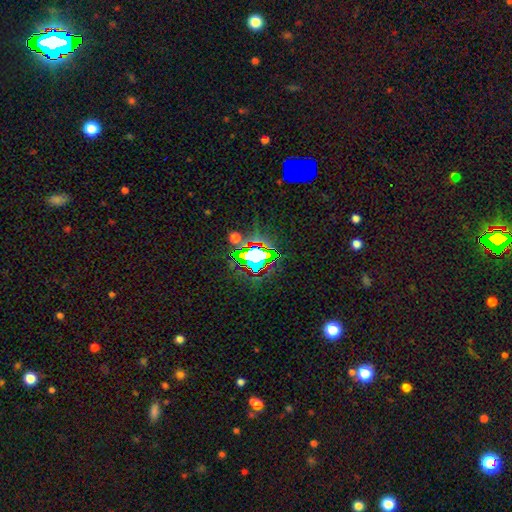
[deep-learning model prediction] Smooth or featured? star or artifact (61%)